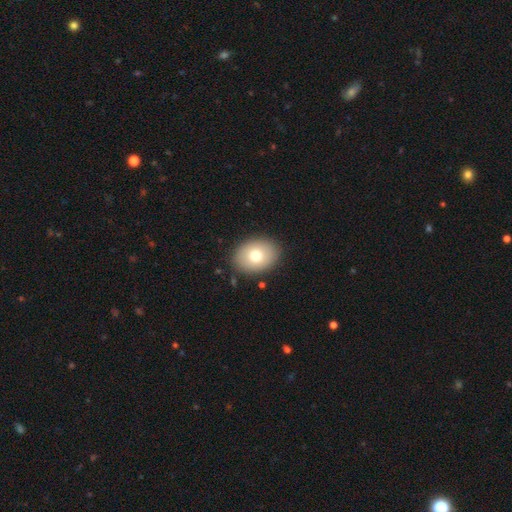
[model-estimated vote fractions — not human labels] Smooth or featured? smooth (75%)
How rounded? in between (68%)
Merging? none (88%)